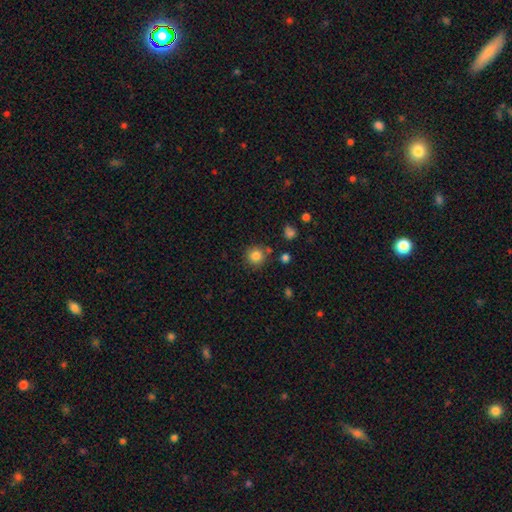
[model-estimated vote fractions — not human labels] smooth_or_featured: smooth (p=0.83) [alt: star or artifact p=0.11]
how_rounded: round (p=0.93) [alt: in between p=0.06]
merging: none (p=0.82) [alt: minor disturbance p=0.09]